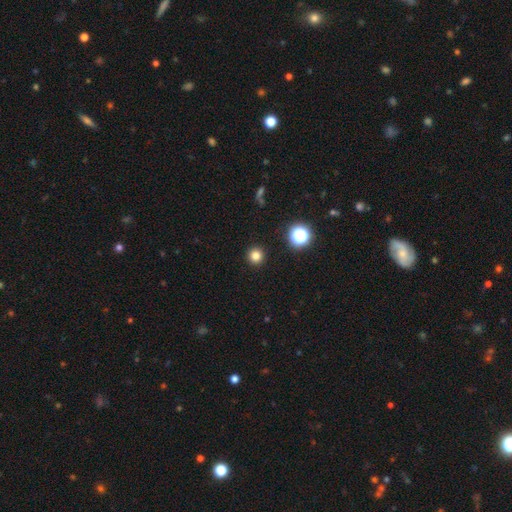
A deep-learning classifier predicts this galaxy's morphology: smooth-or-featured: smooth: 80% | star or artifact: 15% | featured or disk: 5%
  how-rounded: round: 96% | in between: 3% | cigar-shaped: 1%
  merging: none: 93% | minor disturbance: 4% | major disturbance: 2% | merger: 1%